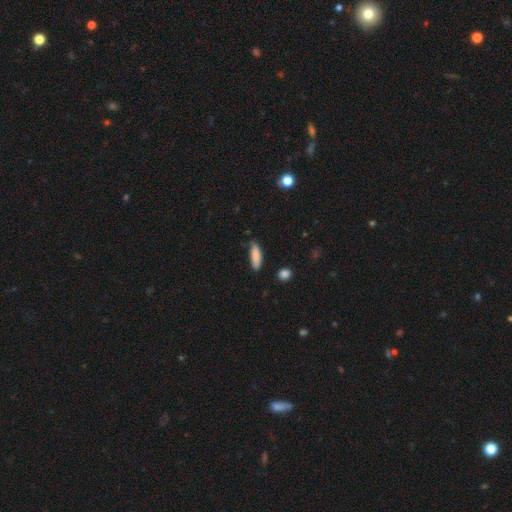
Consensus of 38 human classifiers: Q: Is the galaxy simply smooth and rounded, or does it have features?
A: smooth — 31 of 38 (82%).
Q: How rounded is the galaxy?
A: cigar-shaped — 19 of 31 (61%).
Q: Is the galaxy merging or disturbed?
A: none — 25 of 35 (71%).